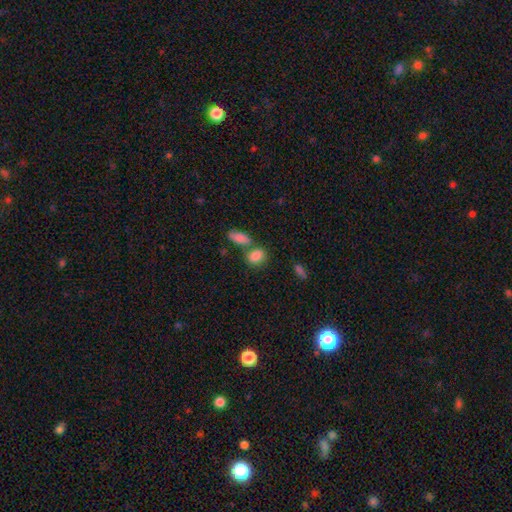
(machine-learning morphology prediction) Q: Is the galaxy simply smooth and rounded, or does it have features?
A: smooth — 85%.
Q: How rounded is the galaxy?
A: in between — 68%.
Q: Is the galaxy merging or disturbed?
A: none — 52%.